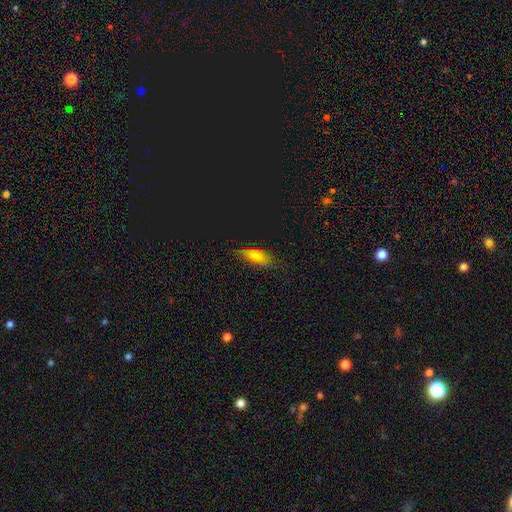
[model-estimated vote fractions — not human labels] smooth_or_featured: smooth (p=0.66) [alt: star or artifact p=0.18]
how_rounded: in between (p=0.79) [alt: cigar-shaped p=0.16]
merging: none (p=0.64) [alt: minor disturbance p=0.26]